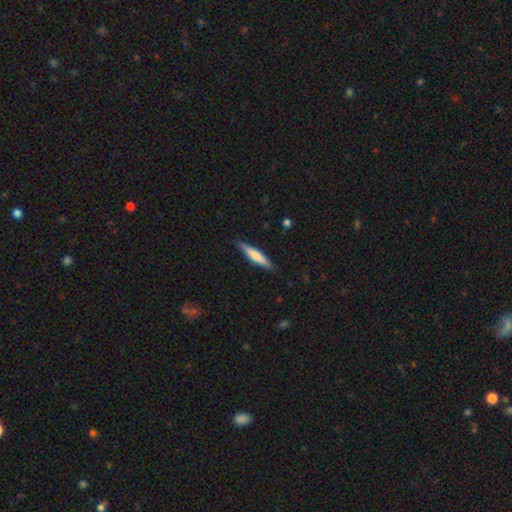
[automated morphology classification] Overall: smooth (66%; featured or disk 29%). How rounded: cigar-shaped (87%). Merging: none (89%).